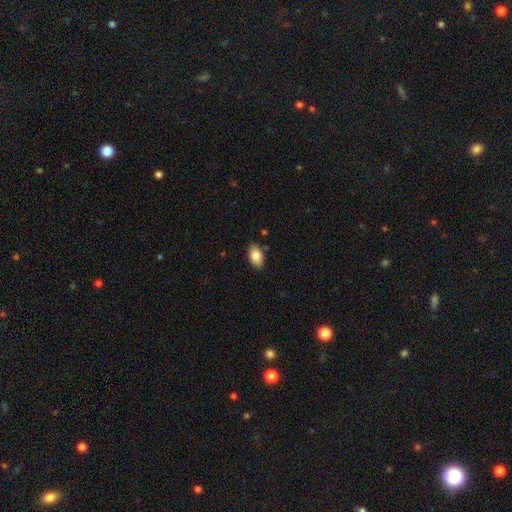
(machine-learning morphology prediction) A smooth galaxy with no disk features (86%) that is in between round and cigar-shaped (92%).

Vote fractions:
- Smooth or featured? smooth: 86% / featured or disk: 7% / star or artifact: 7%
- How rounded? in between: 92% / round: 7% / cigar-shaped: 2%
- Merging? none: 84% / minor disturbance: 12% / major disturbance: 2% / merger: 2%